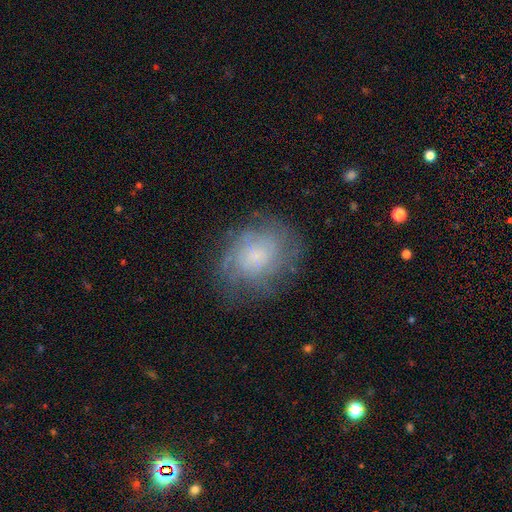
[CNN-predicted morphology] A featured or disk galaxy (50%). Merging: none (67%).